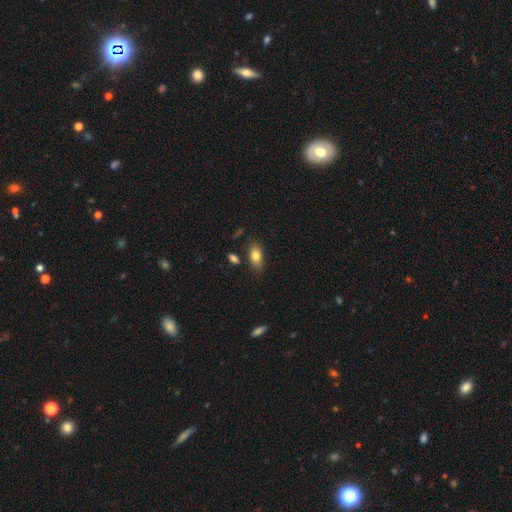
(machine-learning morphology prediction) A smooth galaxy with no disk features (80%) that is in between round and cigar-shaped (88%). Merging: none (78%).